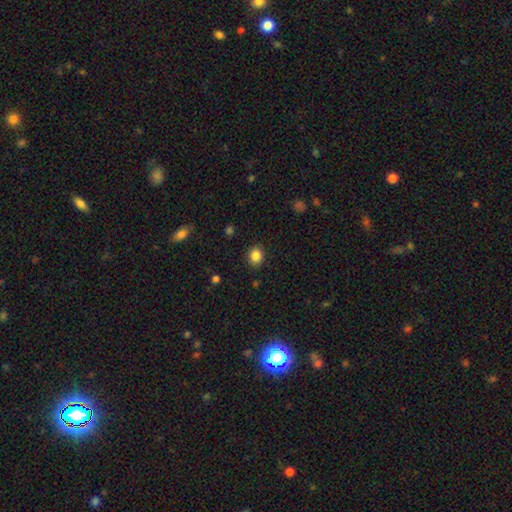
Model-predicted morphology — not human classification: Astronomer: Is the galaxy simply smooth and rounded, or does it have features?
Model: smooth — 85%.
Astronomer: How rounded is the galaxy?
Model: round — 66%.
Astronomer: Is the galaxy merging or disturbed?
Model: none — 89%.